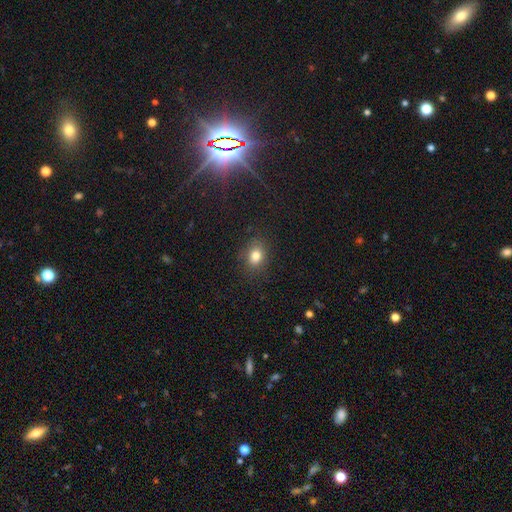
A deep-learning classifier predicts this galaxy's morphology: A smooth galaxy with no disk features (81%) that is in between round and cigar-shaped (54%).

Vote fractions:
- Smooth or featured? smooth: 81% / star or artifact: 12% / featured or disk: 7%
- How rounded? in between: 54% / round: 45% / cigar-shaped: 1%
- Merging? none: 83% / minor disturbance: 12% / major disturbance: 4% / merger: 1%